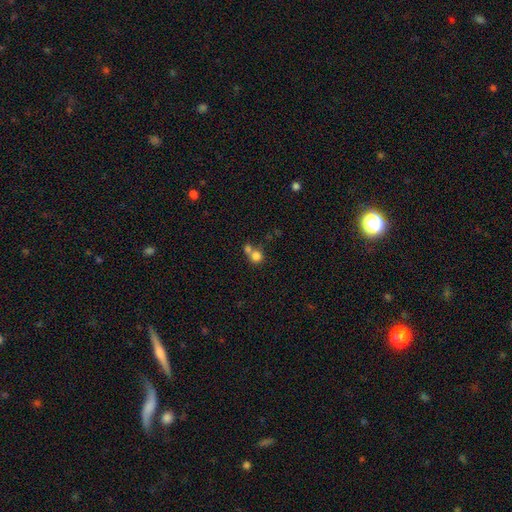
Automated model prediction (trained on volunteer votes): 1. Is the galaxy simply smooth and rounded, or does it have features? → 80% smooth, 11% star or artifact, 9% featured or disk.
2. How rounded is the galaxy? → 86% round, 13% in between, 1% cigar-shaped.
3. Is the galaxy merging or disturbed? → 51% merger, 39% none, 7% minor disturbance, 4% major disturbance.